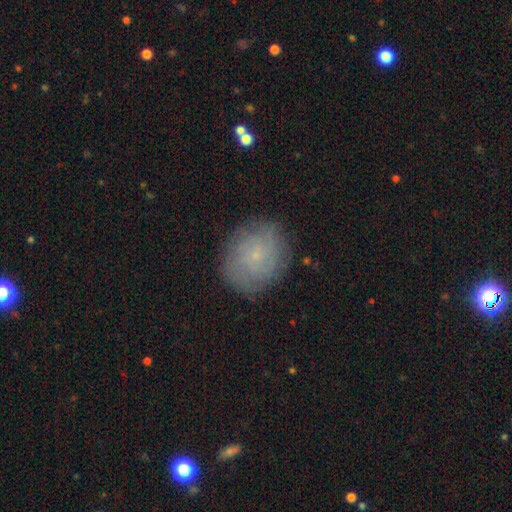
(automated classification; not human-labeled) Smooth or featured? Predicted: featured or disk (p=0.45). Merging? Predicted: none (p=0.83).